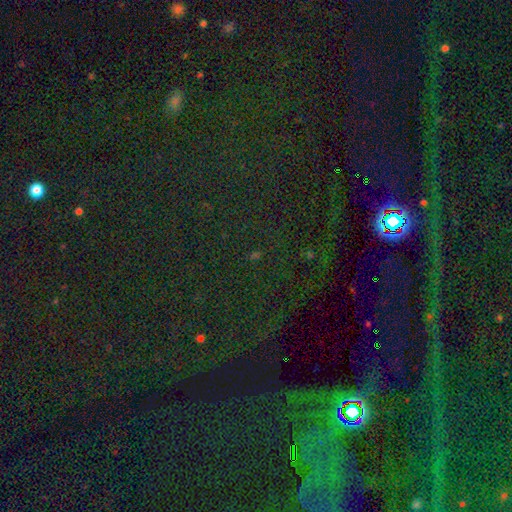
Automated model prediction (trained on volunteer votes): This is likely a star or artifact rather than a galaxy (80%).